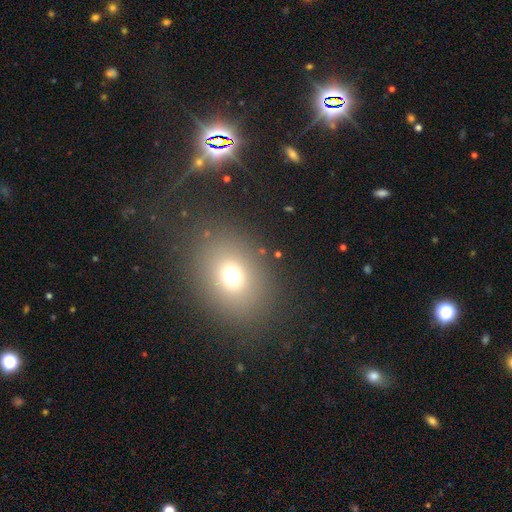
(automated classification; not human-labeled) This appears to be a smooth galaxy with no disk features (62%) that is round (50%). Merging: none (83%).